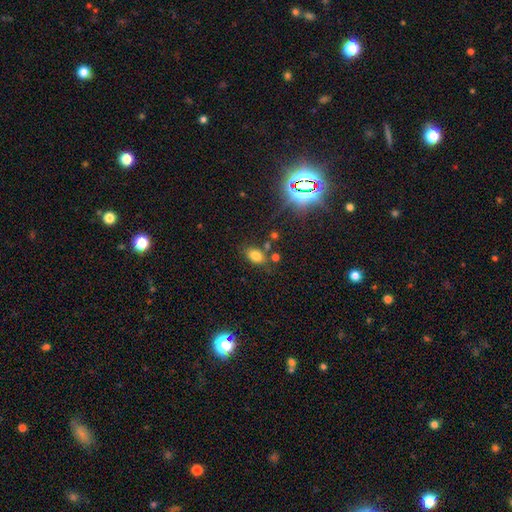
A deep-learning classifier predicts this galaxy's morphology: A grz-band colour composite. It shows a smooth galaxy with no disk features (75%) that is in between round and cigar-shaped (81%). Merging: none (71%).